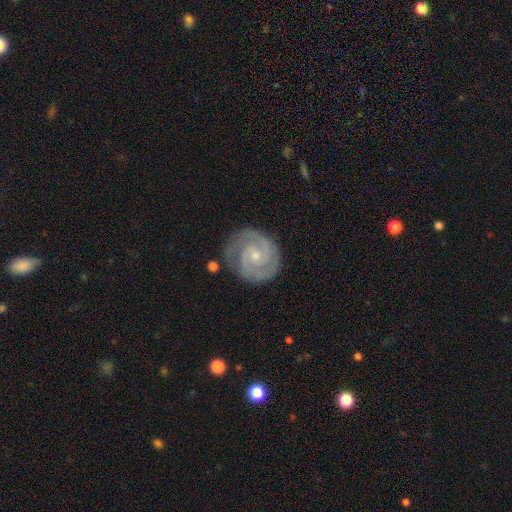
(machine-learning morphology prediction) A featured or disk galaxy (87%) with no bar (67%), 2 (61%) tight (68%) spiral arms (97%) and a small central bulge (72%). Merging: none (78%).